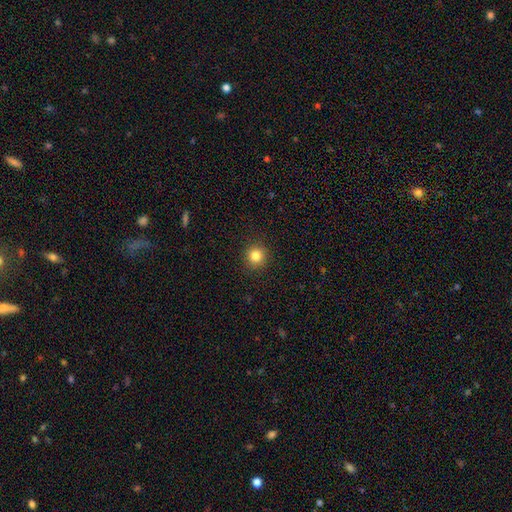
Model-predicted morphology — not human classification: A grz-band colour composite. It shows a smooth galaxy with no disk features (83%) that is round (93%). Merging: none (92%).